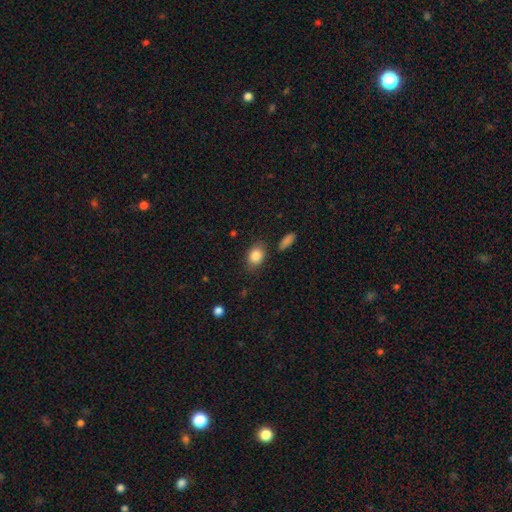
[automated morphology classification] Smooth or featured? Predicted: smooth (p=0.85). How rounded? Predicted: in between (p=0.63). Merging? Predicted: none (p=0.80).